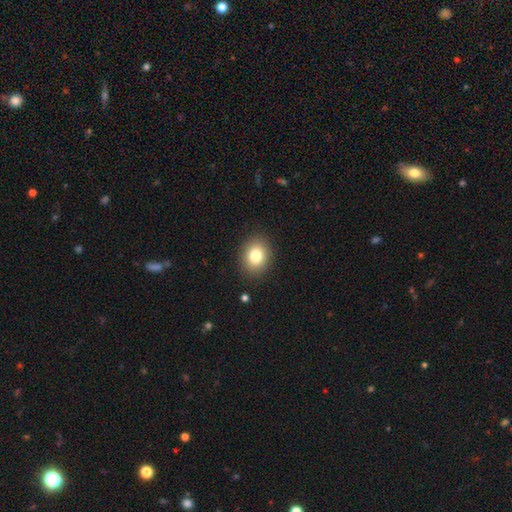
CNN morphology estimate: Smooth or featured: smooth — 81% (star or artifact — 10%)
How rounded: round — 56% (in between — 43%)
Merging: none — 89% (minor disturbance — 7%)